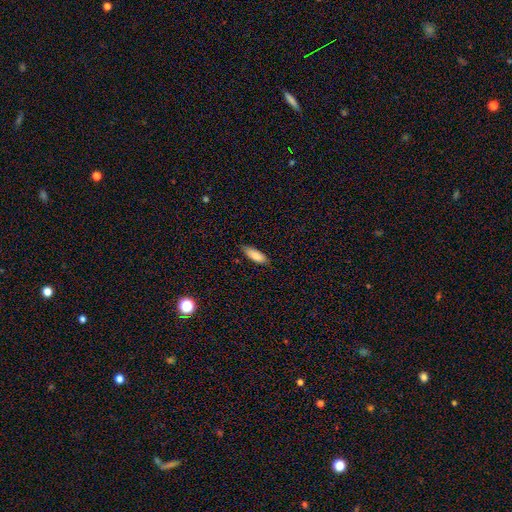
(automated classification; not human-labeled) smooth-or-featured: smooth: 86% | featured or disk: 7% | star or artifact: 6%
  how-rounded: in between: 68% | cigar-shaped: 31% | round: 2%
  merging: none: 82% | minor disturbance: 14% | major disturbance: 2% | merger: 1%